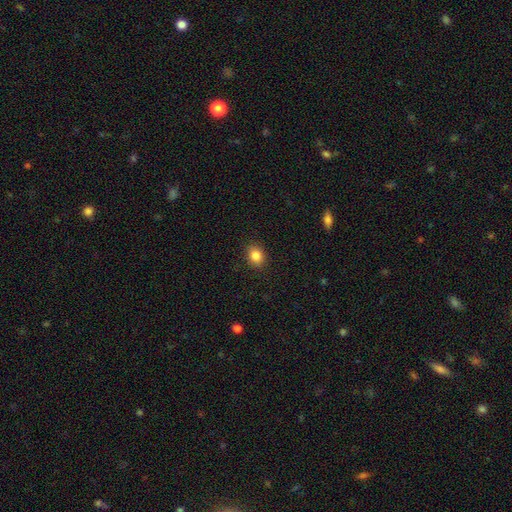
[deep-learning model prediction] Q: Smooth or featured?
A: smooth (85%); runner-up: star or artifact (10%)
Q: How rounded?
A: round (53%); runner-up: in between (46%)
Q: Merging?
A: none (90%); runner-up: minor disturbance (7%)